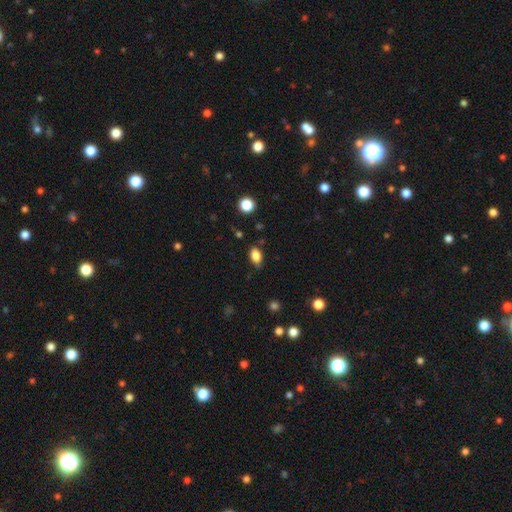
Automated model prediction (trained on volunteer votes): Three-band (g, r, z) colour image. It shows a smooth galaxy with no disk features (84%) that is in between round and cigar-shaped (88%). Merging: none (77%).